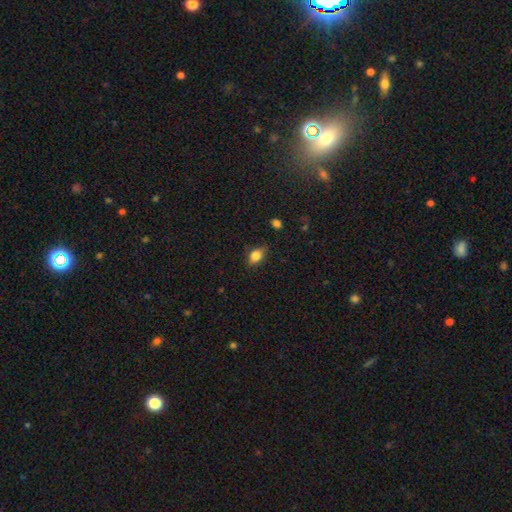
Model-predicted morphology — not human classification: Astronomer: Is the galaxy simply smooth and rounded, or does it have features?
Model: smooth — 80%.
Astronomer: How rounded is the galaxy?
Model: in between — 72%.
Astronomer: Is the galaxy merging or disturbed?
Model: none — 71%.